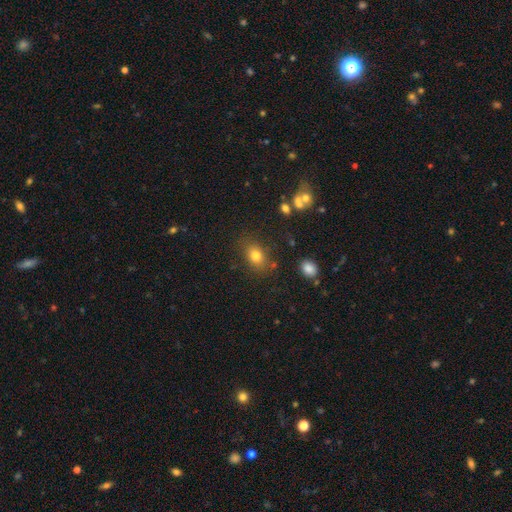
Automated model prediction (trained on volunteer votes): Smooth or featured: smooth — 78% (star or artifact — 13%)
How rounded: in between — 64% (round — 34%)
Merging: none — 78% (minor disturbance — 13%)